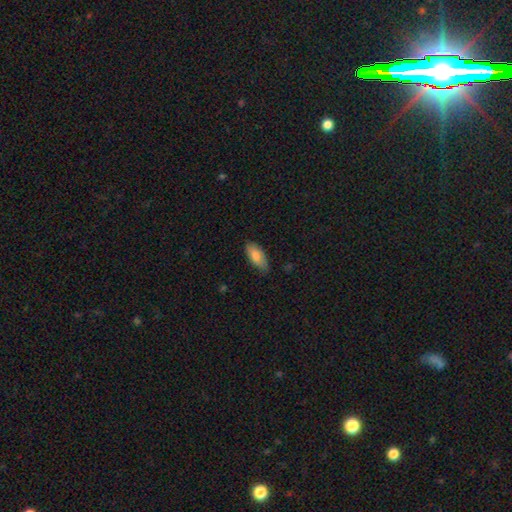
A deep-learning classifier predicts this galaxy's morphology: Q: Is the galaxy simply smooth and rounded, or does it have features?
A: smooth — 82%.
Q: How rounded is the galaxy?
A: in between — 84%.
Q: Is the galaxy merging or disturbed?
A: none — 78%.